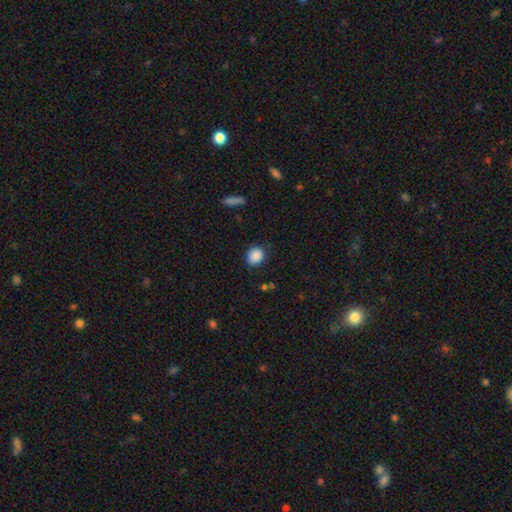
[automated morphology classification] The model was most divided on "how rounded": round: 71%, in between: 28%, cigar-shaped: 1%. More confident: smooth or featured — smooth (88%); merging — none (81%).